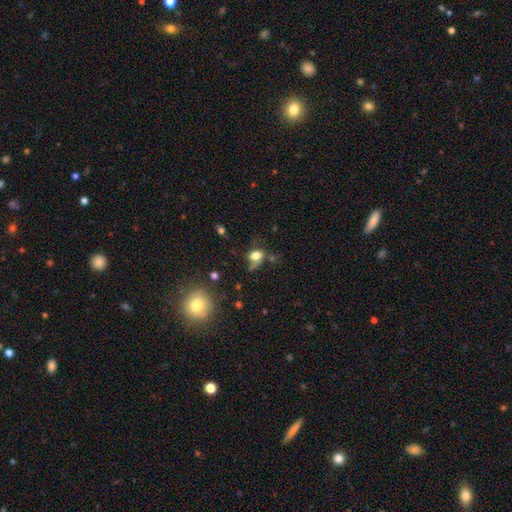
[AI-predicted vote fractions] Smooth or featured?
  - smooth: 68% *
  - featured or disk: 18%
  - star or artifact: 15%
How rounded?
  - in between: 51% *
  - round: 46%
  - cigar-shaped: 3%
Merging?
  - none: 36% *
  - major disturbance: 27%
  - minor disturbance: 25%
  - merger: 12%